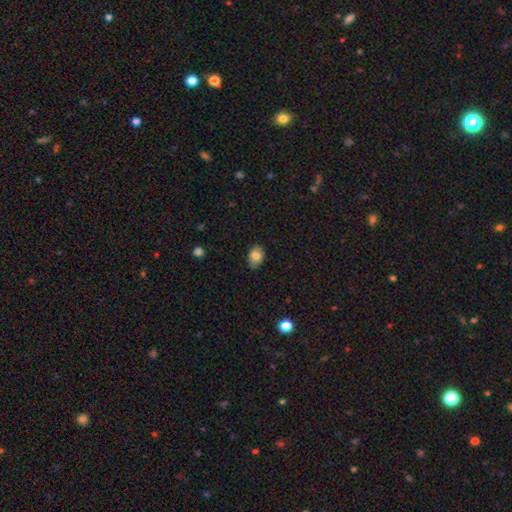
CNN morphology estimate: smooth_or_featured: smooth (p=0.82) [alt: featured or disk p=0.10]
how_rounded: in between (p=0.77) [alt: round p=0.22]
merging: none (p=0.80) [alt: minor disturbance p=0.16]